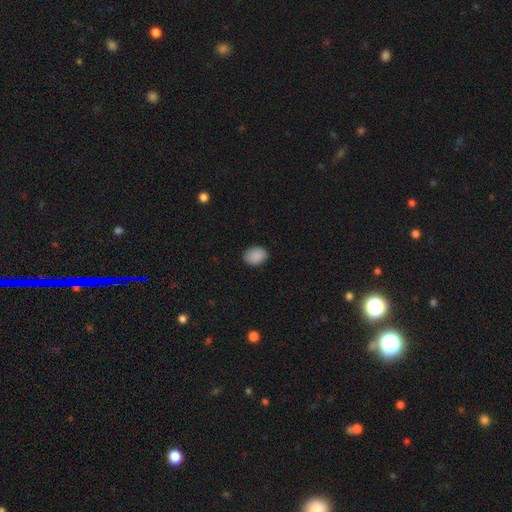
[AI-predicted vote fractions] smooth-or-featured: smooth: 89% | star or artifact: 8% | featured or disk: 3%
  how-rounded: in between: 62% | round: 37% | cigar-shaped: 1%
  merging: none: 87% | minor disturbance: 10% | major disturbance: 2% | merger: 1%